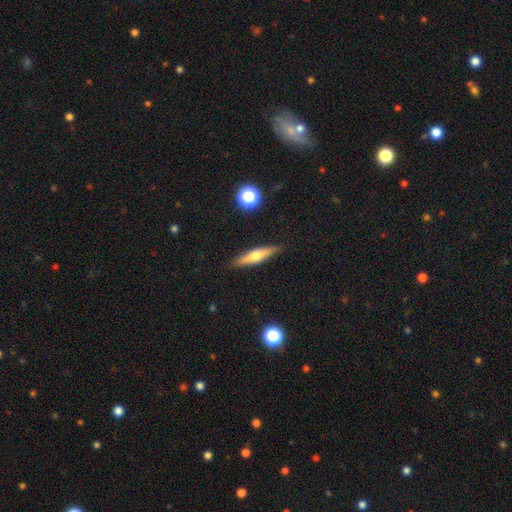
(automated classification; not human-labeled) smooth_or_featured: featured or disk (p=0.47) [alt: smooth p=0.46]
merging: none (p=0.88) [alt: minor disturbance p=0.09]